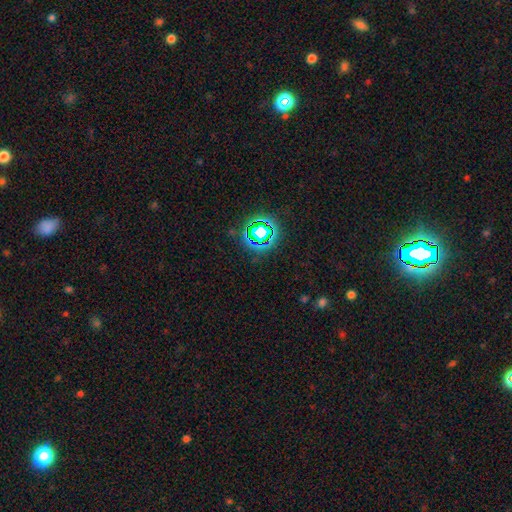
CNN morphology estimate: Smooth or featured? Predicted: star or artifact (p=0.76).